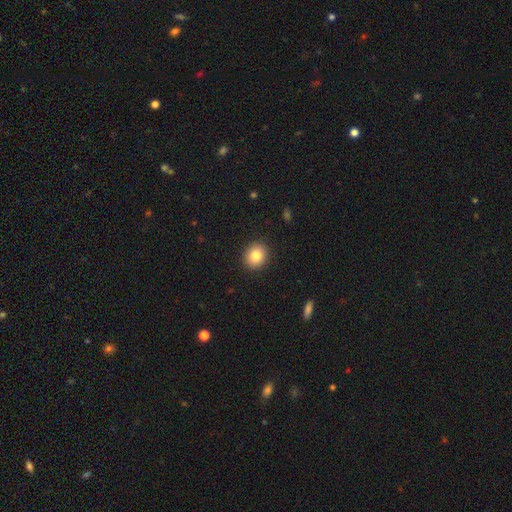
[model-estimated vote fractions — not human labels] Smooth or featured? smooth (83%)
How rounded? round (70%)
Merging? none (91%)